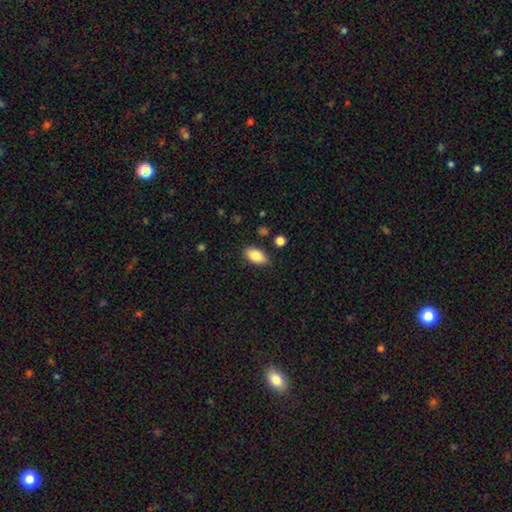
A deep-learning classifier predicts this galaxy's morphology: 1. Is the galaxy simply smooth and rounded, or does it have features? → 85% smooth, 8% featured or disk, 7% star or artifact.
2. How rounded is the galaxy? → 92% in between, 5% round, 3% cigar-shaped.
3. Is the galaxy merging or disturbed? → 83% none, 12% minor disturbance, 3% major disturbance, 2% merger.